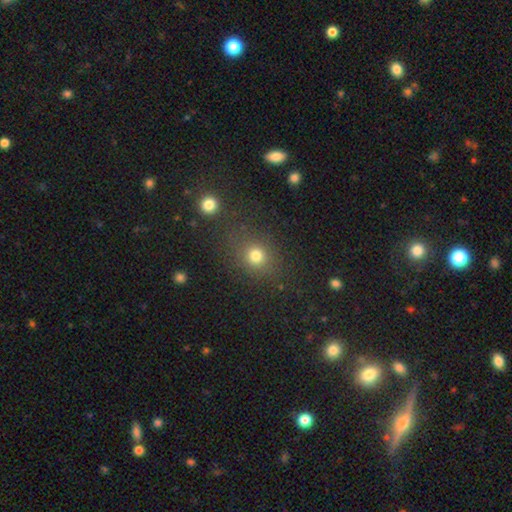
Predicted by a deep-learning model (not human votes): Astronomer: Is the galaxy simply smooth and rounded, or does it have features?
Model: smooth — 74%.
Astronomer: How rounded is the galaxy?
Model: round — 76%.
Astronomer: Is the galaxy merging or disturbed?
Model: none — 77%.